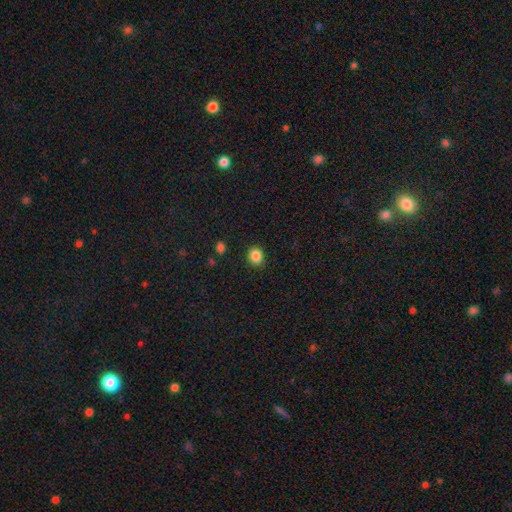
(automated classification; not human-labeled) A smooth galaxy with no disk features (86%) that is round (69%). Merging: none (90%).